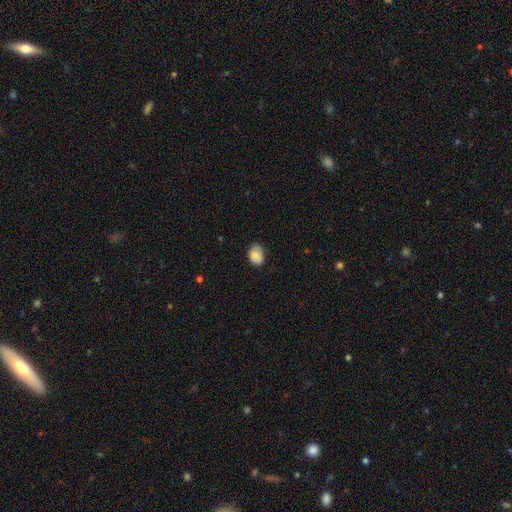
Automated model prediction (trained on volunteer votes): Smooth or featured? smooth (84%)
How rounded? in between (71%)
Merging? none (62%)